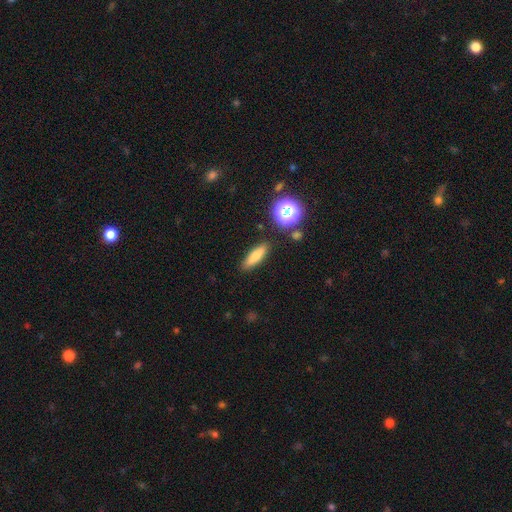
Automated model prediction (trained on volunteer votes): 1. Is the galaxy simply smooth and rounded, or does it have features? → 75% smooth, 14% featured or disk, 11% star or artifact.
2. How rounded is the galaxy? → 60% cigar-shaped, 35% in between, 4% round.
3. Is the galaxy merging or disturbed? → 86% none, 9% minor disturbance, 3% merger, 2% major disturbance.